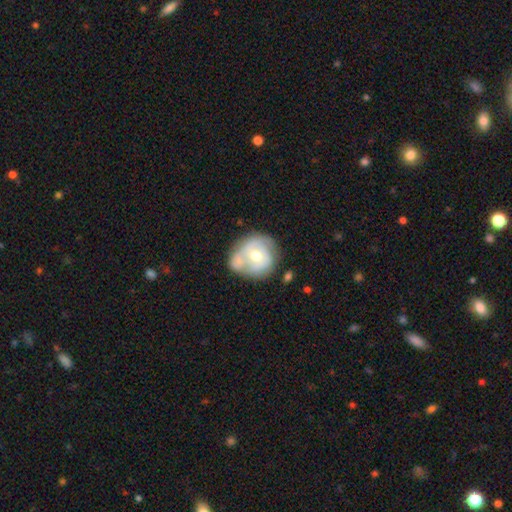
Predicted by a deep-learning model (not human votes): Morphology: type=featured or disk (55%); edge-on=no (97%); bar=no (78%); spiral arms=yes (51%); bulge=moderate (75%); merging=none (40%).